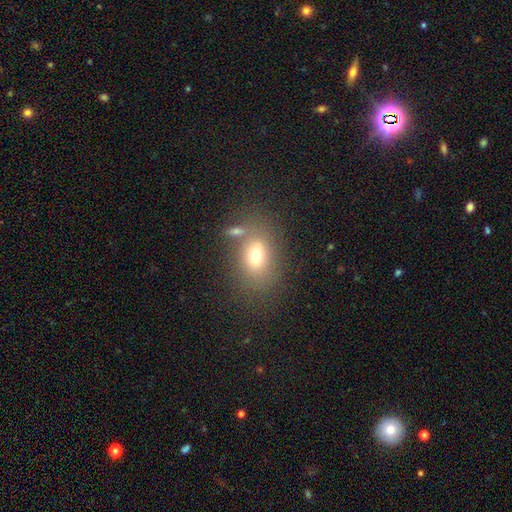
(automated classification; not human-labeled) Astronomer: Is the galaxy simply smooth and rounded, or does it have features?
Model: smooth — 71%.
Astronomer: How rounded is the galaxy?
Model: in between — 71%.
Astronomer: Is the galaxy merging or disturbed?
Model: none — 63%.